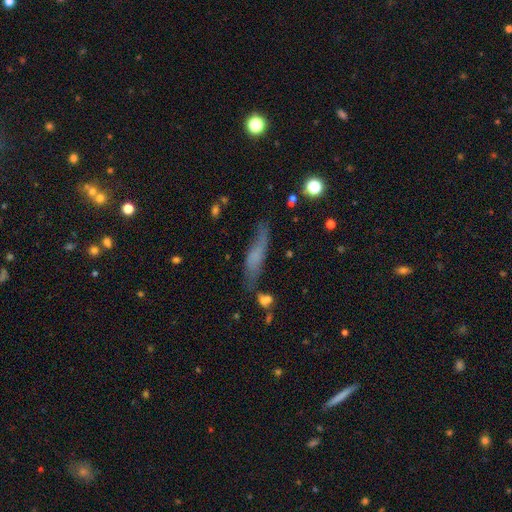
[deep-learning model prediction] Q: Smooth or featured?
A: smooth (50%); runner-up: featured or disk (38%)
Q: Merging?
A: none (58%); runner-up: minor disturbance (25%)